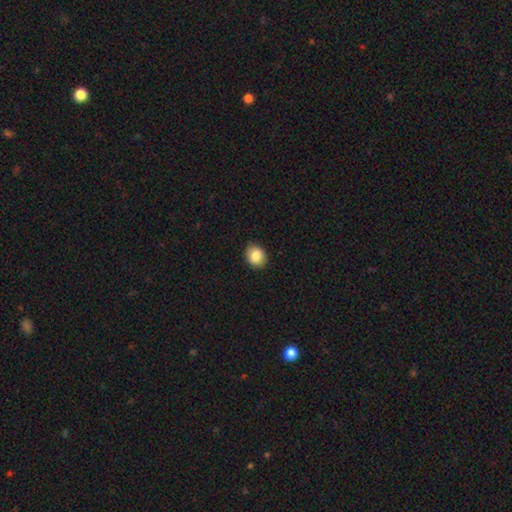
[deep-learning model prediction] Morphology: type=smooth (85%); roundness=round (53%); merging=none (85%).